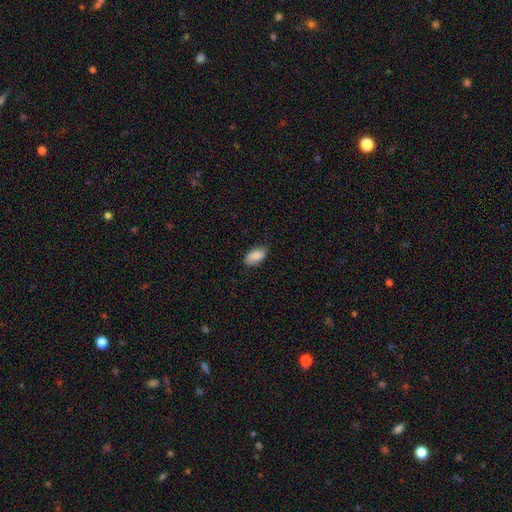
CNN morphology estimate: Smooth or featured: smooth — 84% (featured or disk — 9%)
How rounded: in between — 93% (round — 4%)
Merging: none — 68% (minor disturbance — 26%)